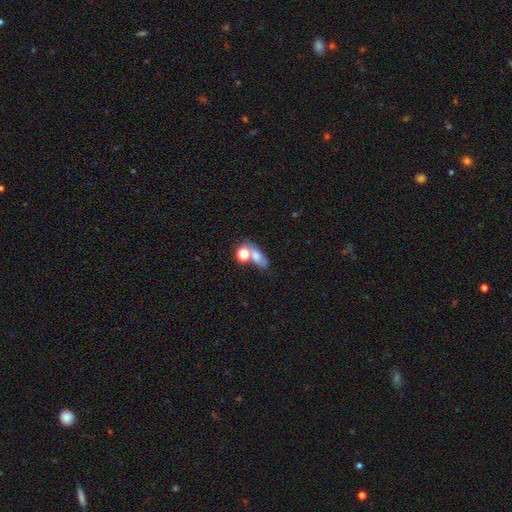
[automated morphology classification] This appears to be a smooth galaxy with no disk features (66%) that is in between round and cigar-shaped (67%). Merging: none (40%).